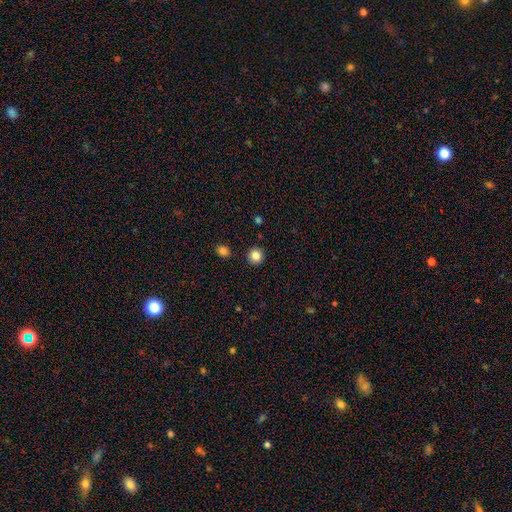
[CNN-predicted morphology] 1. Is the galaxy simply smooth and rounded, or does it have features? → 84% smooth, 11% star or artifact, 5% featured or disk.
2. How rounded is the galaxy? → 93% round, 6% in between, 1% cigar-shaped.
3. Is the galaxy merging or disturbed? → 92% none, 5% minor disturbance, 2% merger, 2% major disturbance.